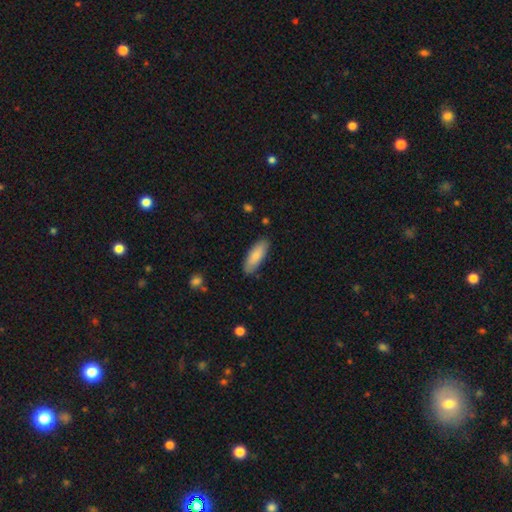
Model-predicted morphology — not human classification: Smooth or featured? smooth (85%)
How rounded? in between (66%)
Merging? none (86%)